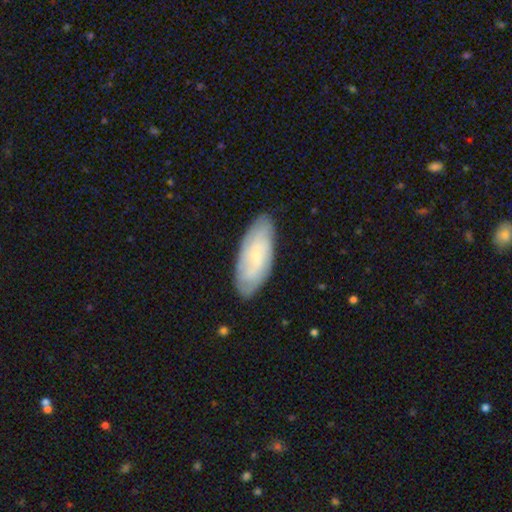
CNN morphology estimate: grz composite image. It shows a featured or disk galaxy (50%). Merging: none (82%).